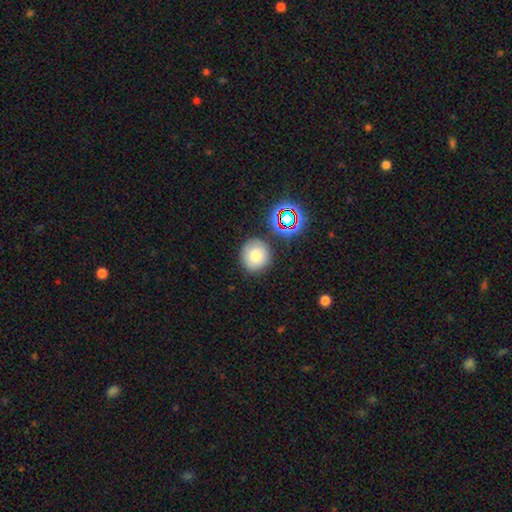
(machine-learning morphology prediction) The model was most divided on "smooth or featured": smooth: 76%, star or artifact: 14%, featured or disk: 10%. More confident: how rounded — round (91%); merging — none (83%).